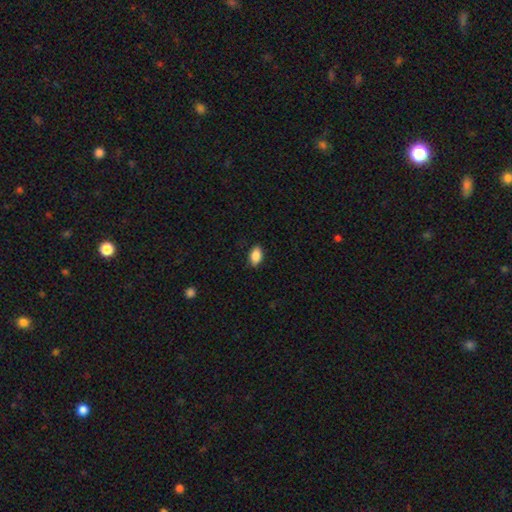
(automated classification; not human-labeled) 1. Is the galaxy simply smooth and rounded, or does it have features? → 88% smooth, 8% star or artifact, 4% featured or disk.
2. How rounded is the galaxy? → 90% in between, 8% round, 2% cigar-shaped.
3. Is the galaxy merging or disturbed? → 87% none, 10% minor disturbance, 2% major disturbance, 1% merger.